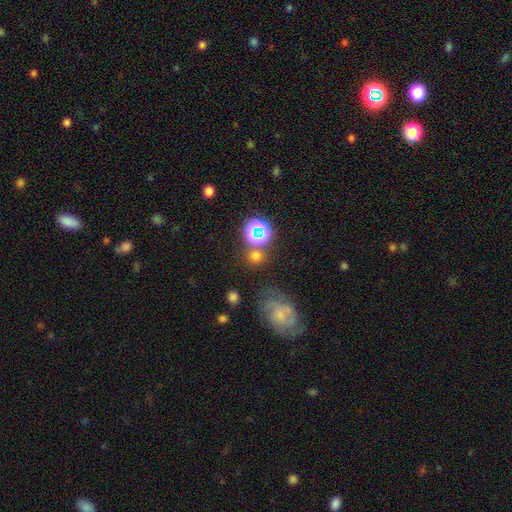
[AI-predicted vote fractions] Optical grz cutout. It shows a smooth galaxy with no disk features (67%) that is round (84%). Merging: none (71%).